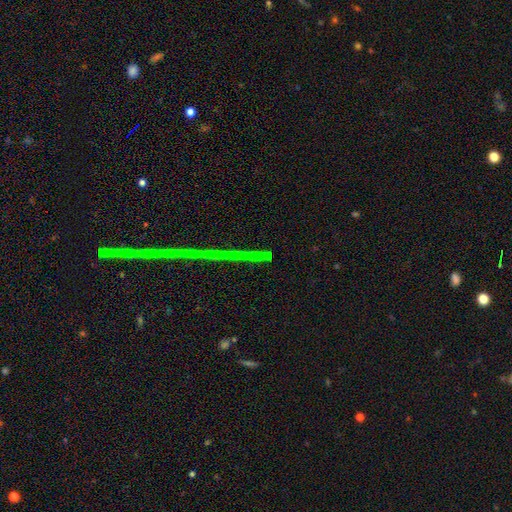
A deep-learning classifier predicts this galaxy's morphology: smooth_or_featured: star or artifact (p=0.76) [alt: featured or disk p=0.14]